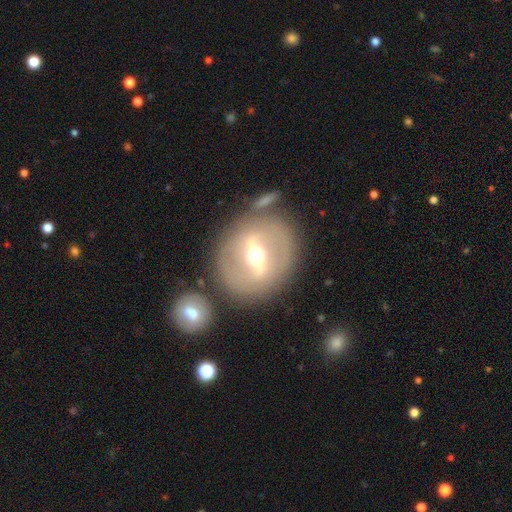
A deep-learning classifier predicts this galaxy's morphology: This is likely a featured or disk galaxy (72%). It is clearly not viewed edge-on (82%). Bar: likely strong (63%). Spiral arm pattern: likely no (69%). Central bulge: likely moderate (75%). Merging: likely none (75%).